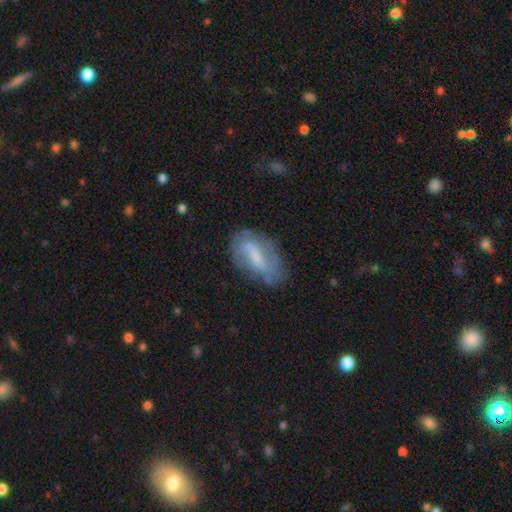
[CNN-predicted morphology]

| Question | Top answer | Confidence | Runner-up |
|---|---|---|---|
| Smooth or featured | featured or disk | 55% | smooth (37%) |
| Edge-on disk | no | 91% | yes (9%) |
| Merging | none | 62% | minor disturbance (24%) |